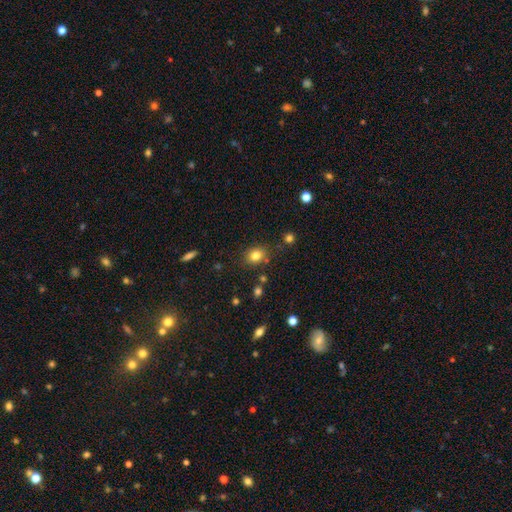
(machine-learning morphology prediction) The model was most divided on "how rounded": round: 56%, in between: 43%, cigar-shaped: 1%. More confident: smooth or featured — smooth (80%); merging — none (78%).